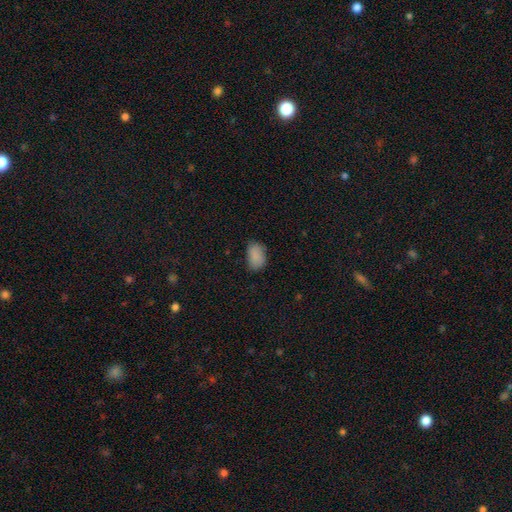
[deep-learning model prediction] The model was most divided on "merging": none: 70%, minor disturbance: 24%, major disturbance: 5%, merger: 1%. More confident: how rounded — in between (88%); smooth or featured — smooth (86%).